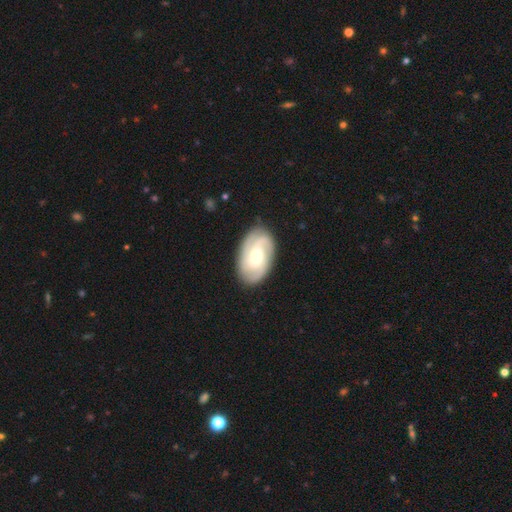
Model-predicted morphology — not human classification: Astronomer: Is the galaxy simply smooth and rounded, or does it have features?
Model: featured or disk — 80%.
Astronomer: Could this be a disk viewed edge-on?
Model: no — 97%.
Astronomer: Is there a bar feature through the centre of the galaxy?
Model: no — 50% (runner-up: weak, 39%).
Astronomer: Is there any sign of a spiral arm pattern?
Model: yes — 96%.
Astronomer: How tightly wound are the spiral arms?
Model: tight — 49% (runner-up: medium, 39%).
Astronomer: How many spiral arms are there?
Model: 3 — 43% (runner-up: 2, 29%).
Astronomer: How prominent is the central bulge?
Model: moderate — 52% (runner-up: small, 42%).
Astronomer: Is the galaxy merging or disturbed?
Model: none — 85%.